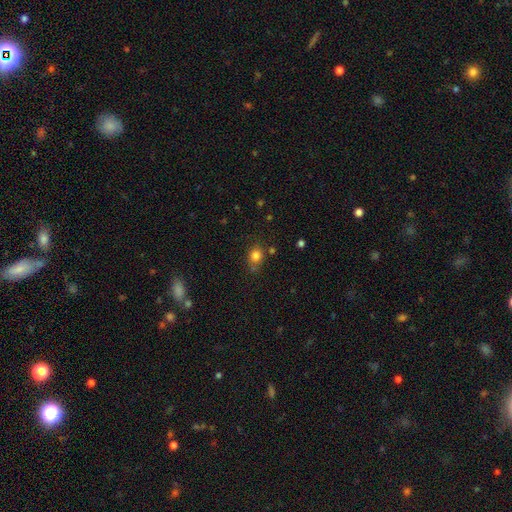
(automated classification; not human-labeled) Smooth or featured? Predicted: smooth (p=0.81). How rounded? Predicted: round (p=0.61). Merging? Predicted: none (p=0.68).